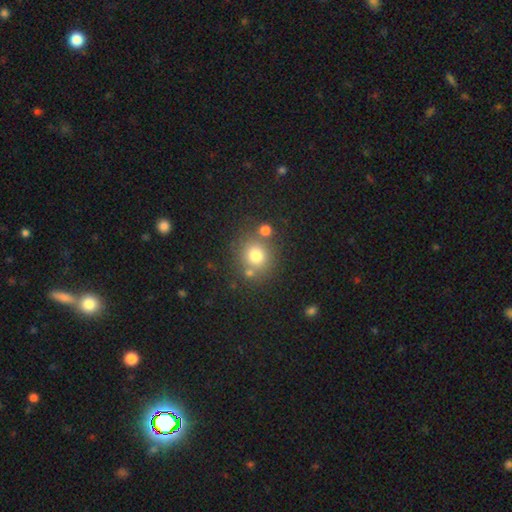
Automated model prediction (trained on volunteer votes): This is likely a smooth galaxy (76%). How rounded: clearly round (85%). Merging: likely none (71%).